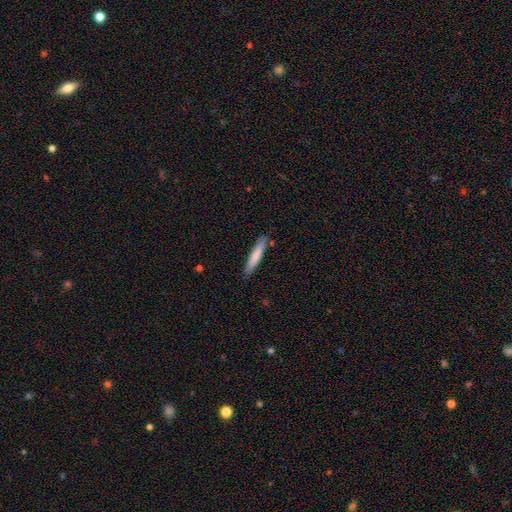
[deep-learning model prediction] A smooth galaxy with no disk features (76%) that is cigar-shaped (91%). Merging: none (86%).